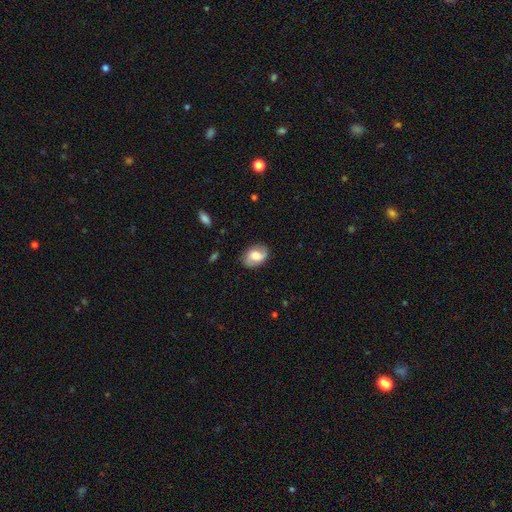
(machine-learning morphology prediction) A smooth galaxy with no disk features (51%) that is in between round and cigar-shaped (74%). Merging: none (78%).